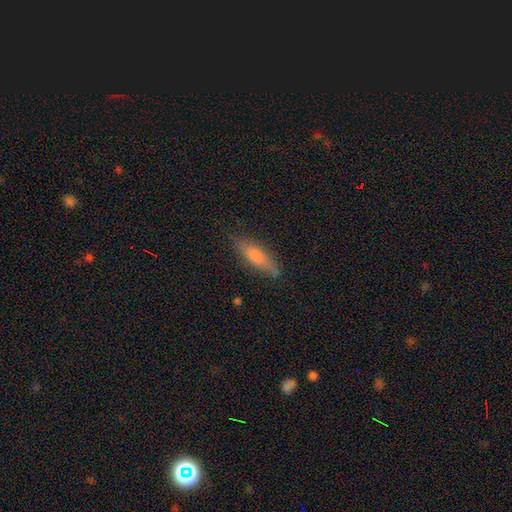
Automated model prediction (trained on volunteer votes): This is likely a smooth galaxy (67%). How rounded: likely cigar-shaped (62%). Merging: likely none (80%).